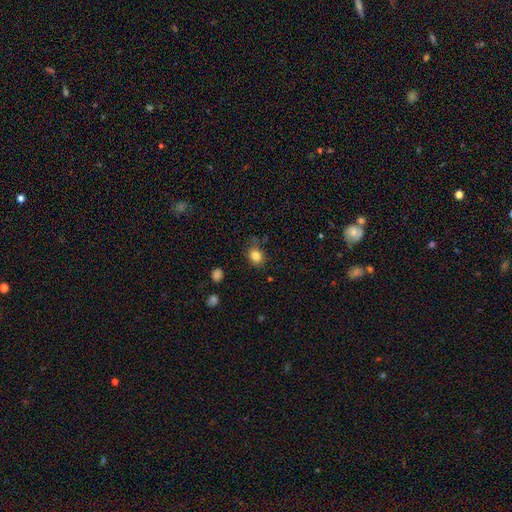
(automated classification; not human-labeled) Overall: smooth (83%). How rounded: round (59%; in between 41%). Merging: none (77%).